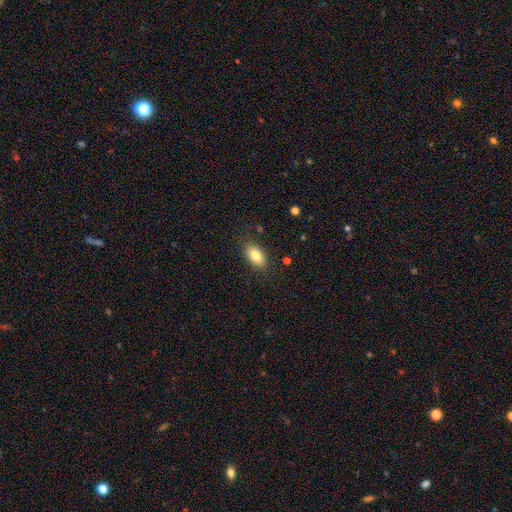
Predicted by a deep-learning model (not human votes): Smooth or featured? Predicted: smooth (p=0.82). How rounded? Predicted: in between (p=0.91). Merging? Predicted: none (p=0.85).